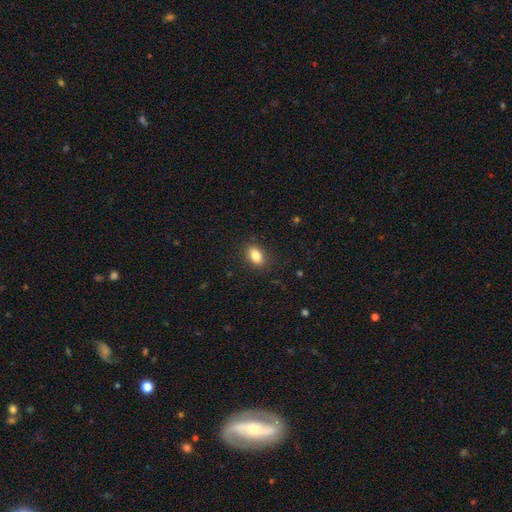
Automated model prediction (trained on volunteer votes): Q: Smooth or featured?
A: smooth (84%); runner-up: star or artifact (9%)
Q: How rounded?
A: in between (85%); runner-up: round (13%)
Q: Merging?
A: none (87%); runner-up: minor disturbance (9%)